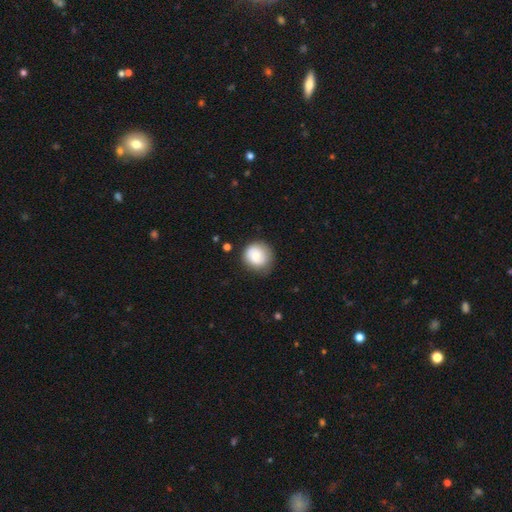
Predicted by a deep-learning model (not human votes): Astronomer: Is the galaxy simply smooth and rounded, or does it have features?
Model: smooth — 74%.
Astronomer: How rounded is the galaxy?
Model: round — 87%.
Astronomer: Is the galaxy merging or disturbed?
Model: none — 71%.